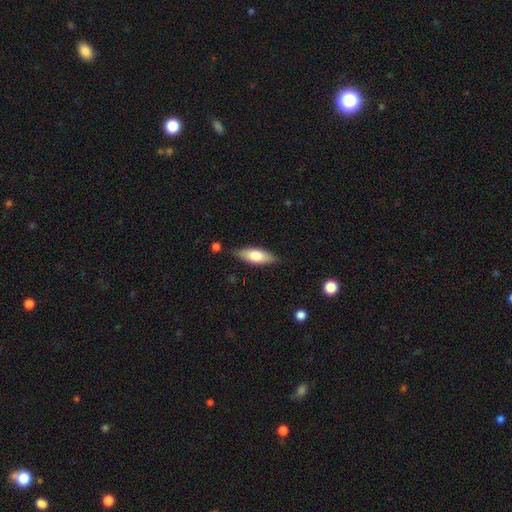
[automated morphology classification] The model was most divided on "how rounded": in between: 63%, cigar-shaped: 34%, round: 2%. More confident: merging — none (82%); smooth or featured — smooth (67%).